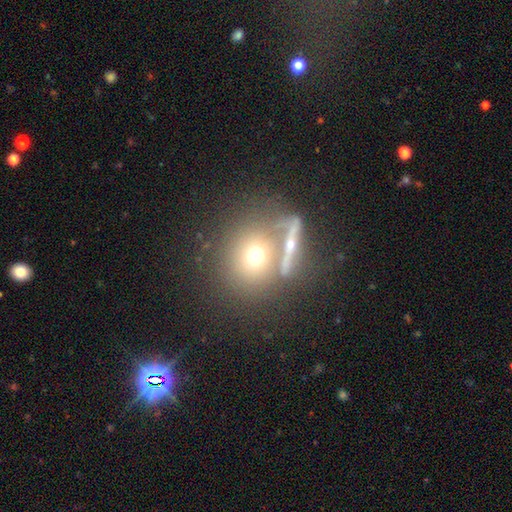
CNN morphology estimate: smooth-or-featured: smooth: 59% | featured or disk: 27% | star or artifact: 14%
  how-rounded: round: 84% | in between: 14% | cigar-shaped: 2%
  merging: none: 57% | merger: 26% | minor disturbance: 11% | major disturbance: 7%